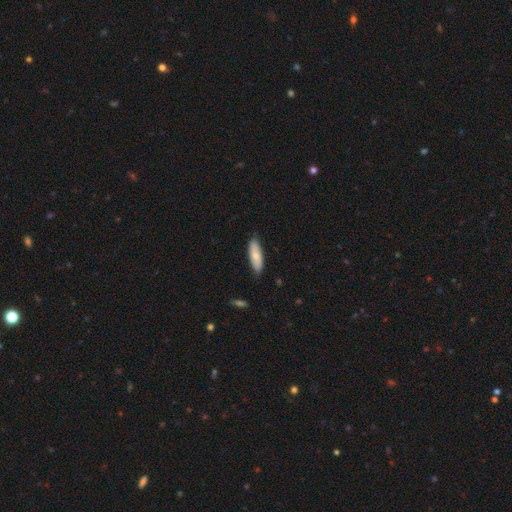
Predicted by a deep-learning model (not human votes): A smooth galaxy with no disk features (72%) that is in between round and cigar-shaped (55%).

Vote fractions:
- Smooth or featured? smooth: 72% / featured or disk: 23% / star or artifact: 6%
- How rounded? in between: 55% / cigar-shaped: 43% / round: 2%
- Merging? none: 80% / minor disturbance: 17% / major disturbance: 2% / merger: 1%